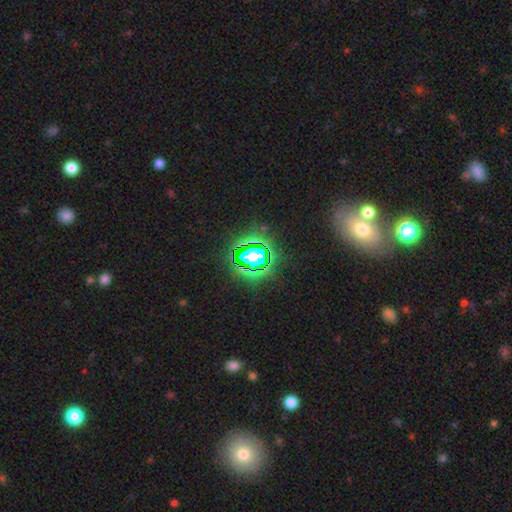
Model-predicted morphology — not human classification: A star or artifact, not a galaxy (69%).

Vote fractions:
- Smooth or featured? star or artifact: 69% / smooth: 21% / featured or disk: 11%